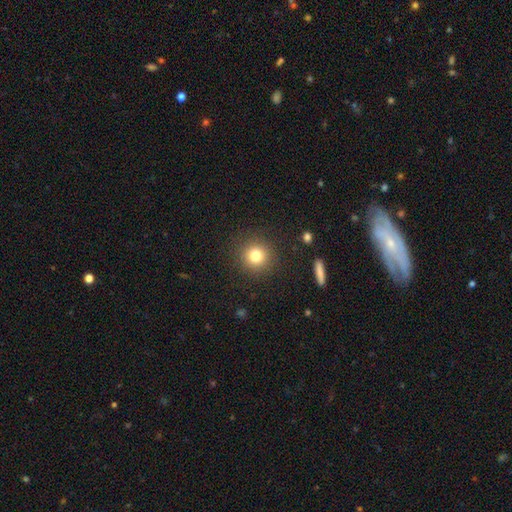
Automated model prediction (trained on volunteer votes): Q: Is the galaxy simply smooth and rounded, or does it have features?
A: smooth — 79%.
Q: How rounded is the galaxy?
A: round — 94%.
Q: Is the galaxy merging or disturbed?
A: none — 89%.